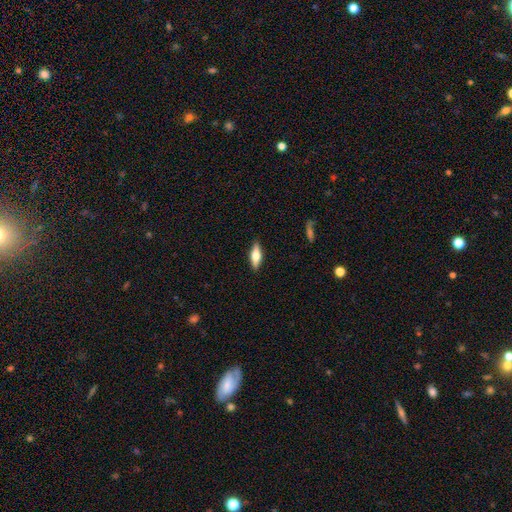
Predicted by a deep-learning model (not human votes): Morphology: type=smooth (53%); roundness=in between (56%); merging=none (88%).